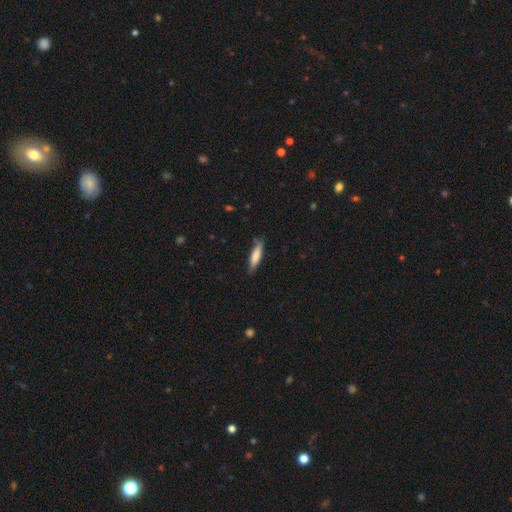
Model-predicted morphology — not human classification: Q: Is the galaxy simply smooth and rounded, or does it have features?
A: smooth — 76%.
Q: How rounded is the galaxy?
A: cigar-shaped — 77%.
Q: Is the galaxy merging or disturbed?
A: none — 82%.